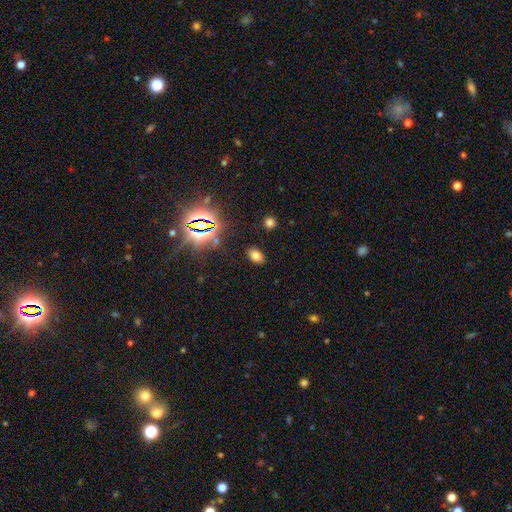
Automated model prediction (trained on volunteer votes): A smooth galaxy with no disk features (69%) that is in between round and cigar-shaped (86%). Merging: none (87%).